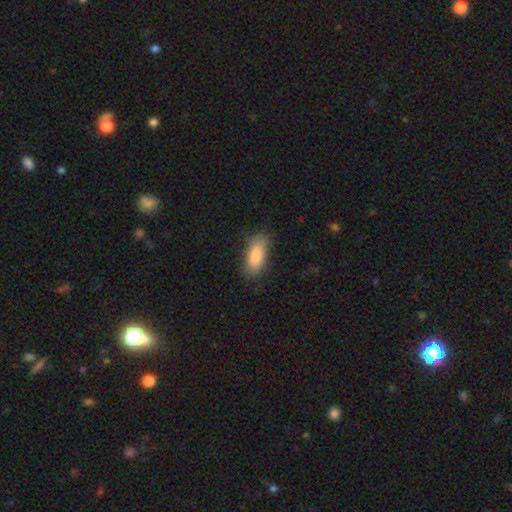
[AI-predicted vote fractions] Smooth or featured: smooth — 87% (featured or disk — 7%)
How rounded: in between — 85% (cigar-shaped — 12%)
Merging: none — 74% (minor disturbance — 19%)